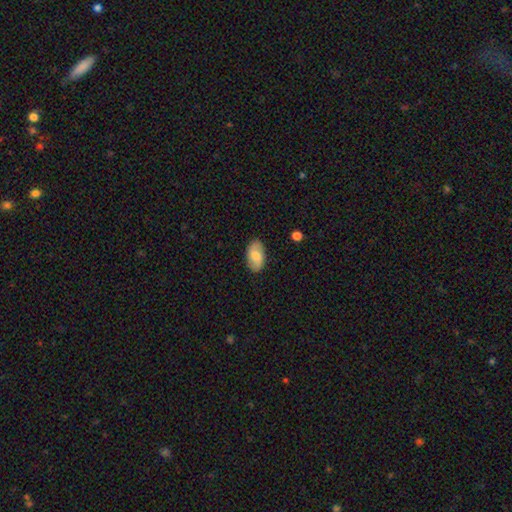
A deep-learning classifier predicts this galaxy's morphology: This is likely a smooth galaxy (69%). How rounded: clearly in between (94%). Merging: clearly none (85%).